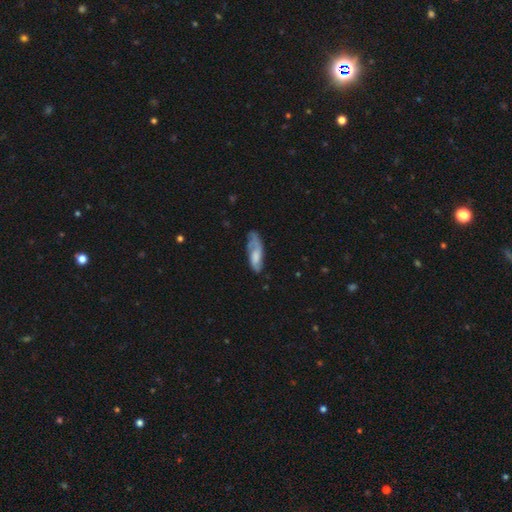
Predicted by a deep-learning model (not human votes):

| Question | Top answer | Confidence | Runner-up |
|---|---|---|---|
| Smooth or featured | smooth | 49% | featured or disk (45%) |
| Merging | none | 45% | minor disturbance (32%) |